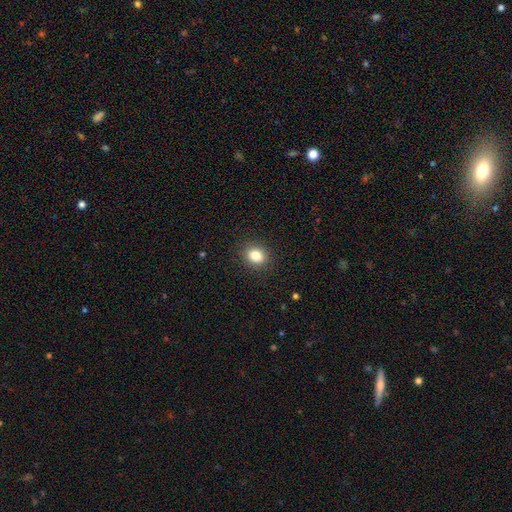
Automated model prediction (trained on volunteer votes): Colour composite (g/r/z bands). It shows a smooth galaxy with no disk features (84%) that is in between round and cigar-shaped (52%). Merging: none (89%).